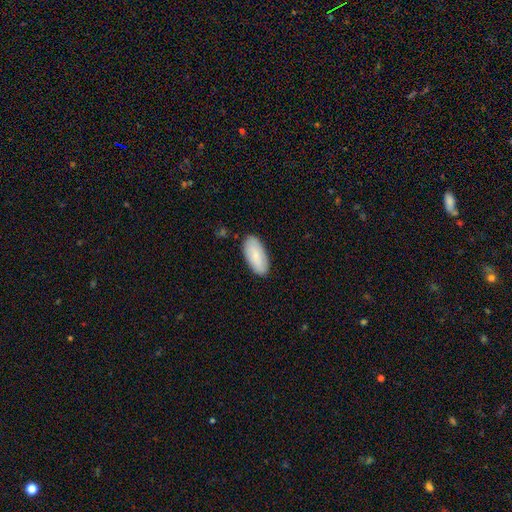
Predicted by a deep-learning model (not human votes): A smooth galaxy with no disk features (80%) that is in between round and cigar-shaped (91%). Merging: none (87%).